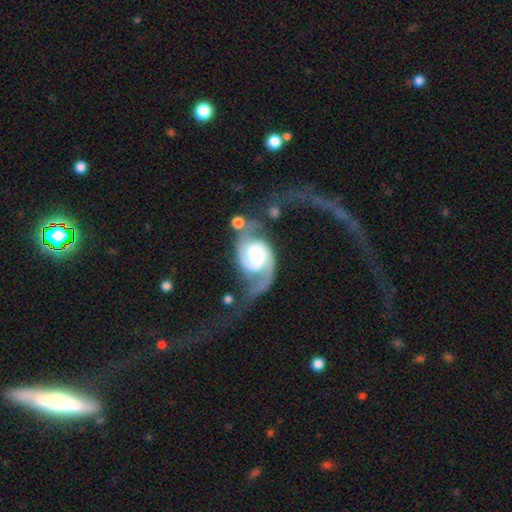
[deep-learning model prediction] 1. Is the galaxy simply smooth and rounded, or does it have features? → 88% featured or disk, 8% smooth, 5% star or artifact.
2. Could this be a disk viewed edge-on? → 98% no, 2% yes.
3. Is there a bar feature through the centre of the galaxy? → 64% no, 28% weak, 8% strong.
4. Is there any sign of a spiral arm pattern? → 97% yes, 3% no.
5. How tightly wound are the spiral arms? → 41% medium, 40% loose, 18% tight.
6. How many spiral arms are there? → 92% 2, 3% 1, 2% can't tell, 1% 3, 1% 4, 1% more than 4.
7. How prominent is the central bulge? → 43% large, 32% moderate, 11% small, 10% dominant, 4% none.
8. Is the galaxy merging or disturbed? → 43% none, 27% major disturbance, 21% minor disturbance, 9% merger.